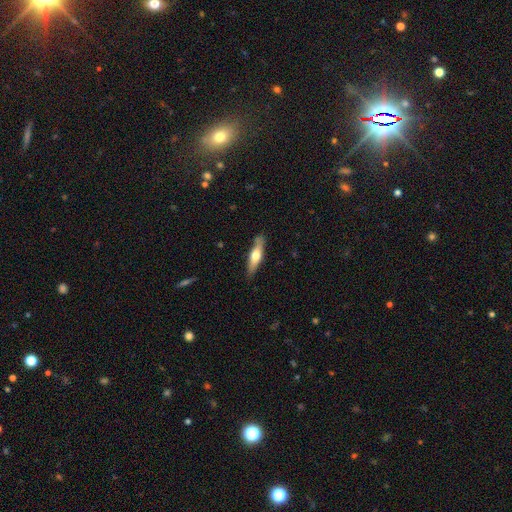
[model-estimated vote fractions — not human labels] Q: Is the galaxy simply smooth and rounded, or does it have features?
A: smooth — 49%.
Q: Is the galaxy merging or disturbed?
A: none — 83%.